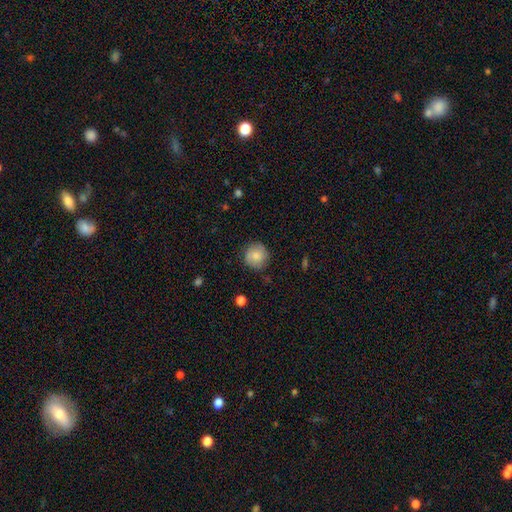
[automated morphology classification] Smooth or featured? smooth (81%)
How rounded? round (93%)
Merging? none (83%)